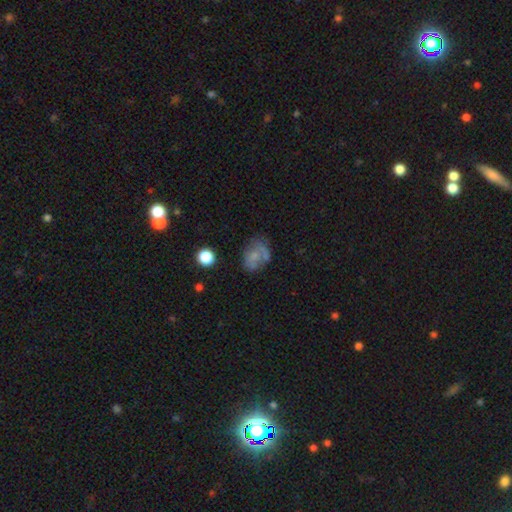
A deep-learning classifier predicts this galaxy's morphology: This is possibly a smooth galaxy (52%). How rounded: likely in between (66%). Merging: marginally none (41%).